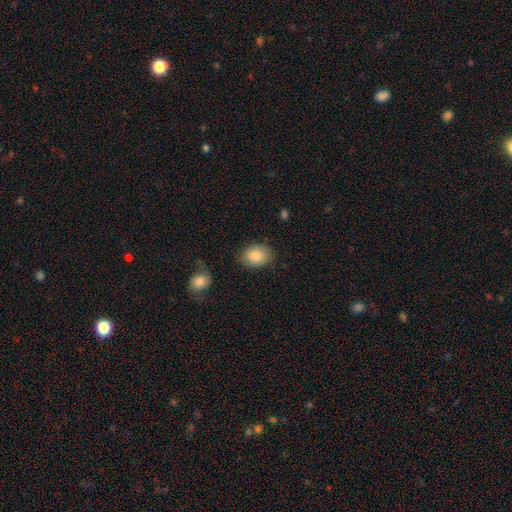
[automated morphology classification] Overall: smooth (85%). How rounded: in between (62%; round 37%). Merging: none (78%).